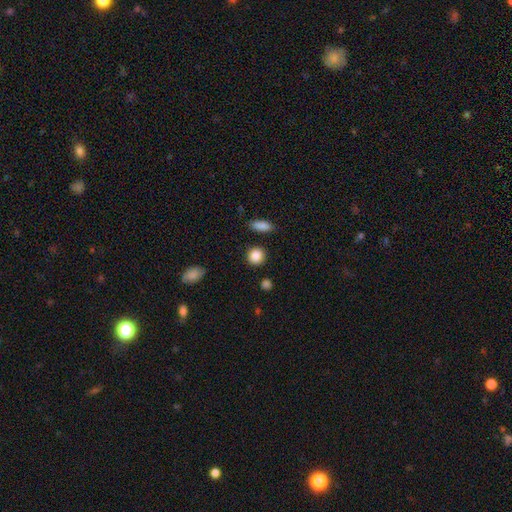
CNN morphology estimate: A smooth galaxy with no disk features (88%) that is round (86%).

Vote fractions:
- Smooth or featured? smooth: 88% / star or artifact: 8% / featured or disk: 4%
- How rounded? round: 86% / in between: 13% / cigar-shaped: 1%
- Merging? none: 88% / minor disturbance: 7% / merger: 2% / major disturbance: 2%